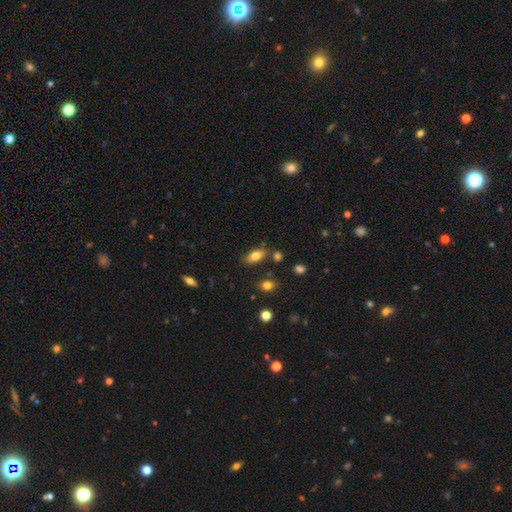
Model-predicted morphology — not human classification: type=smooth (80%); roundness=in between (87%); merging=none (76%).